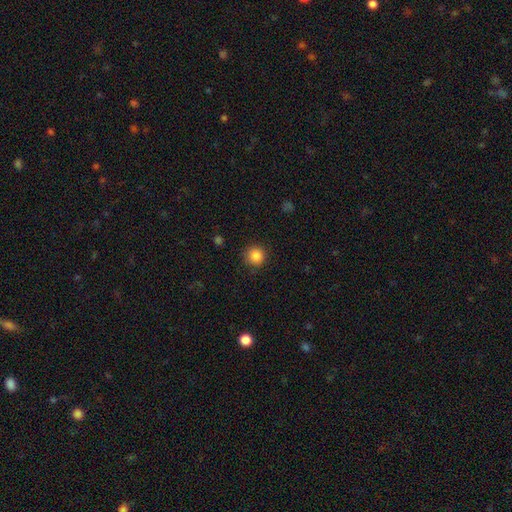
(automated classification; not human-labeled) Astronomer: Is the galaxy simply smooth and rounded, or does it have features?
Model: smooth — 86%.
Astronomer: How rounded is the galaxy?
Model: round — 94%.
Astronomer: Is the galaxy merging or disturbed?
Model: none — 88%.